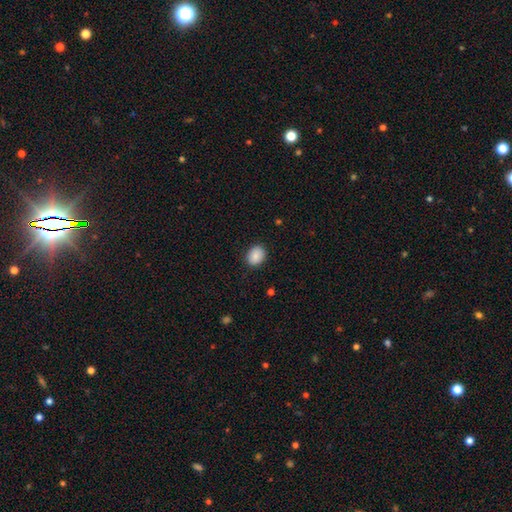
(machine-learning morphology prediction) This is clearly a smooth galaxy (88%). How rounded: possibly in between (56%). Merging: clearly none (87%).